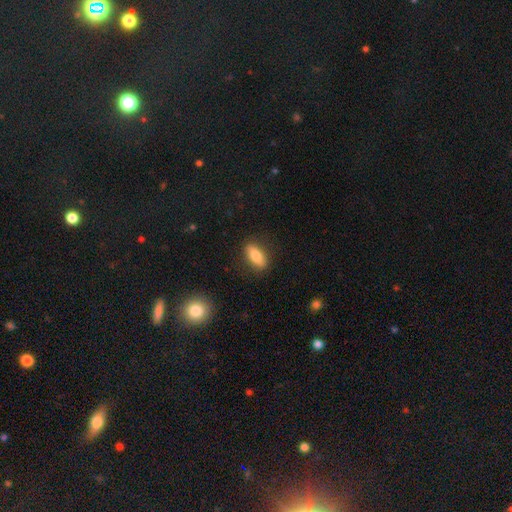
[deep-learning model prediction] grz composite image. It shows a smooth galaxy with no disk features (76%) that is in between round and cigar-shaped (71%). Merging: none (84%).